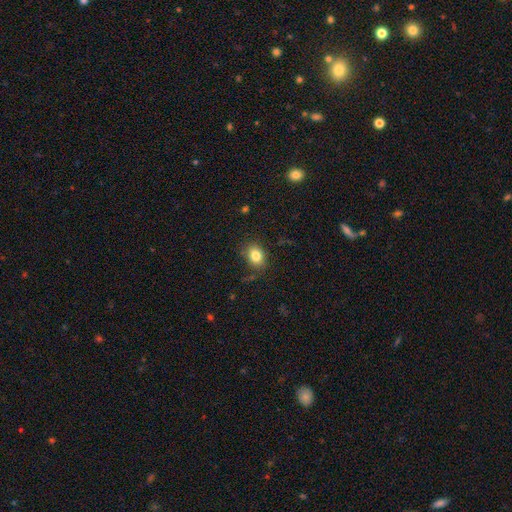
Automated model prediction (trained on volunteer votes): Smooth or featured?
  - smooth: 82% *
  - star or artifact: 10%
  - featured or disk: 7%
How rounded?
  - in between: 60% *
  - round: 39%
  - cigar-shaped: 1%
Merging?
  - none: 78% *
  - minor disturbance: 16%
  - major disturbance: 5%
  - merger: 2%